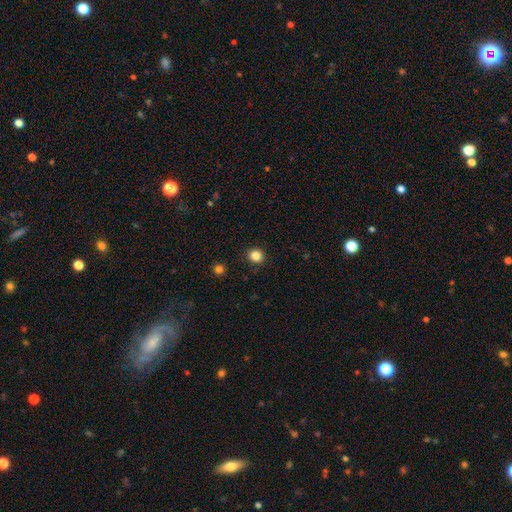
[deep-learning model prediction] This is clearly a smooth galaxy (85%). How rounded: clearly round (86%). Merging: clearly none (92%).